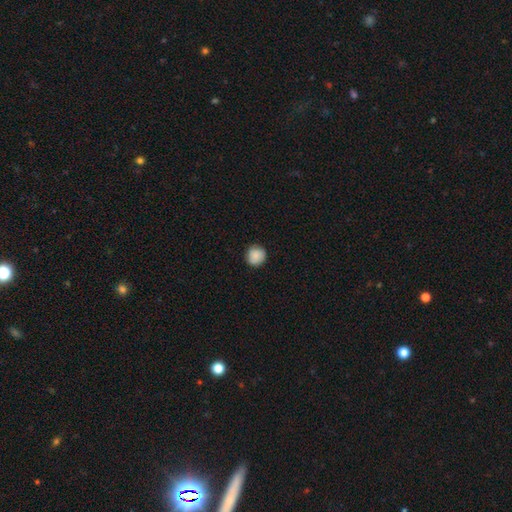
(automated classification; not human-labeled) This appears to be a smooth galaxy with no disk features (87%) that is round (91%). Merging: none (86%).